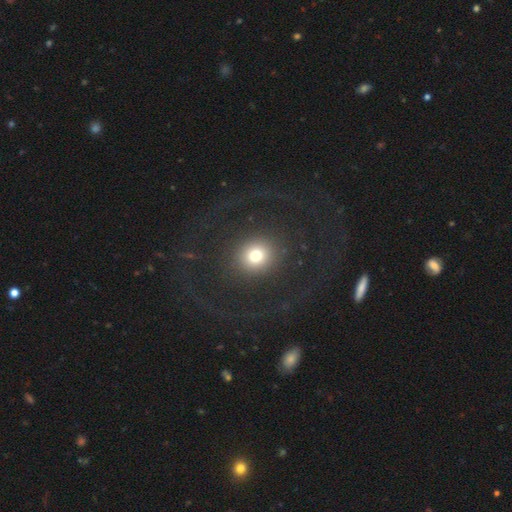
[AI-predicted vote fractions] smooth_or_featured: smooth (p=0.76) [alt: star or artifact p=0.16]
how_rounded: round (p=0.85) [alt: in between p=0.14]
merging: none (p=0.84) [alt: major disturbance p=0.08]